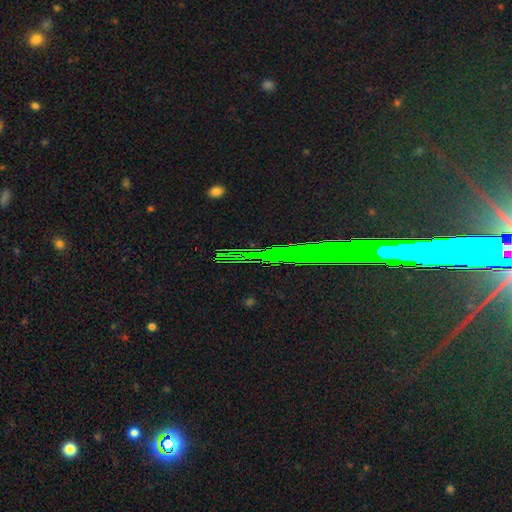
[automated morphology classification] Smooth or featured? Predicted: star or artifact (p=0.66).